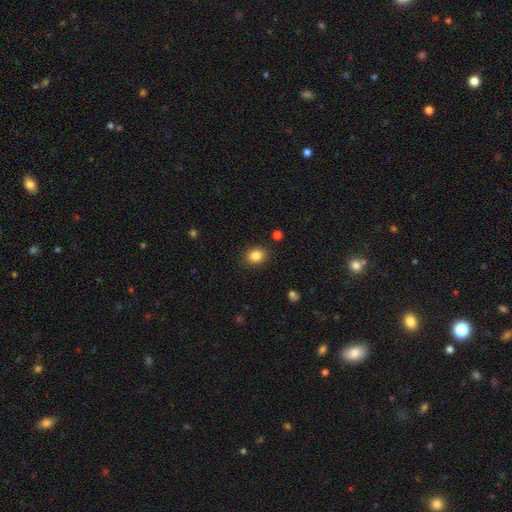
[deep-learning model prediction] This appears to be a smooth galaxy with no disk features (85%) that is round (64%). Merging: none (88%).